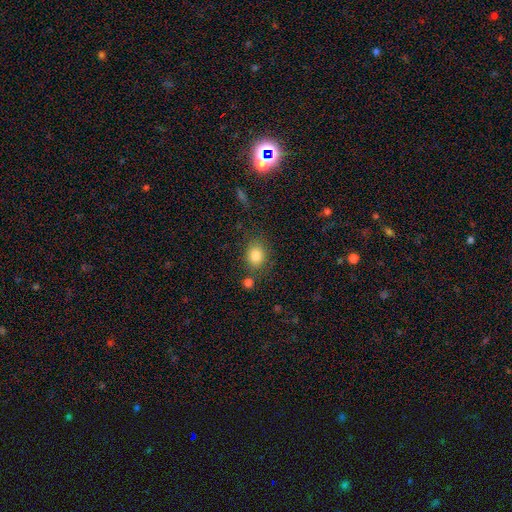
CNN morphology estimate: Q: Smooth or featured?
A: smooth (84%); runner-up: star or artifact (10%)
Q: How rounded?
A: round (51%); runner-up: in between (48%)
Q: Merging?
A: none (76%); runner-up: minor disturbance (13%)